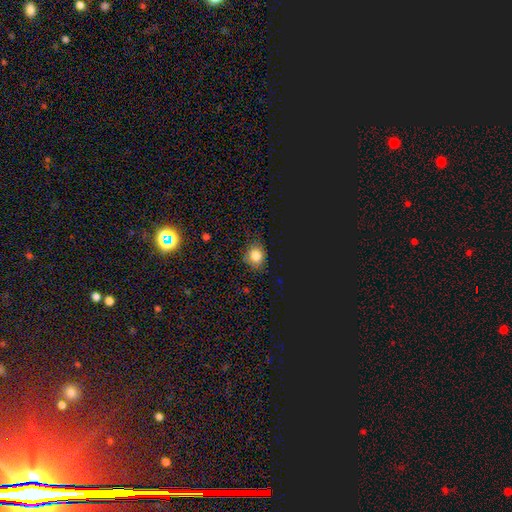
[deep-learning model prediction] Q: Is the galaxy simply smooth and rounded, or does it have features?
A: smooth — 75%.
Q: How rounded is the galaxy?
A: round — 72%.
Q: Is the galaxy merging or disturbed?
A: none — 78%.